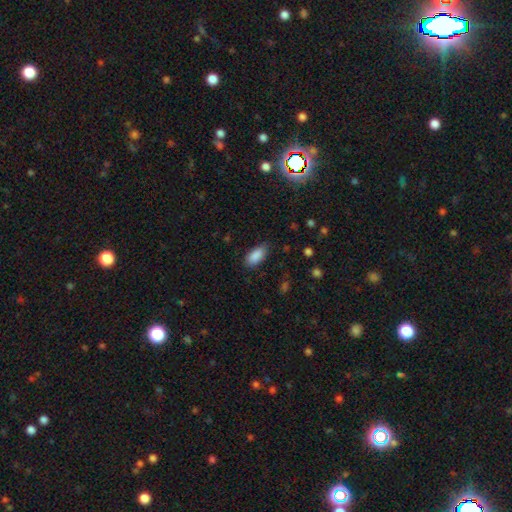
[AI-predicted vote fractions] Smooth or featured: smooth — 89% (star or artifact — 7%)
How rounded: in between — 90% (cigar-shaped — 8%)
Merging: none — 79% (minor disturbance — 17%)